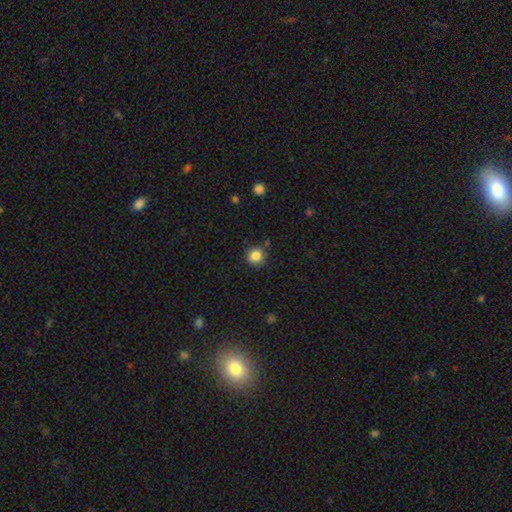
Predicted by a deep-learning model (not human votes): The model was most divided on "smooth or featured": smooth: 85%, star or artifact: 11%, featured or disk: 4%. More confident: how rounded — round (94%); merging — none (86%).